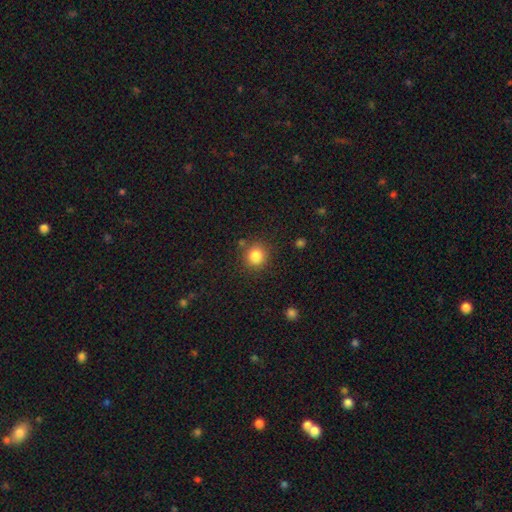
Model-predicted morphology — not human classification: smooth_or_featured: smooth (p=0.84) [alt: star or artifact p=0.11]
how_rounded: round (p=0.91) [alt: in between p=0.08]
merging: none (p=0.84) [alt: minor disturbance p=0.09]